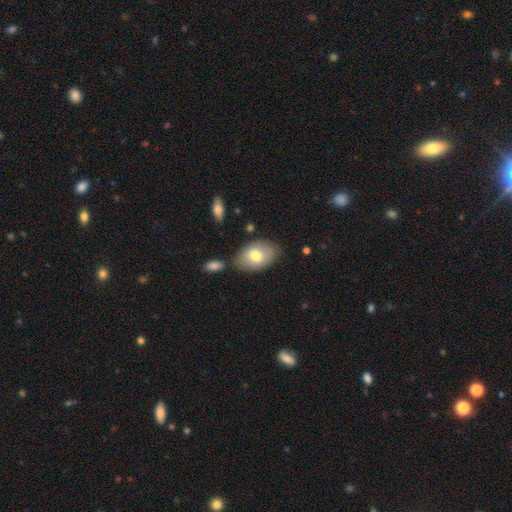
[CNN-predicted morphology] type=smooth (73%); roundness=in between (88%); merging=none (74%).